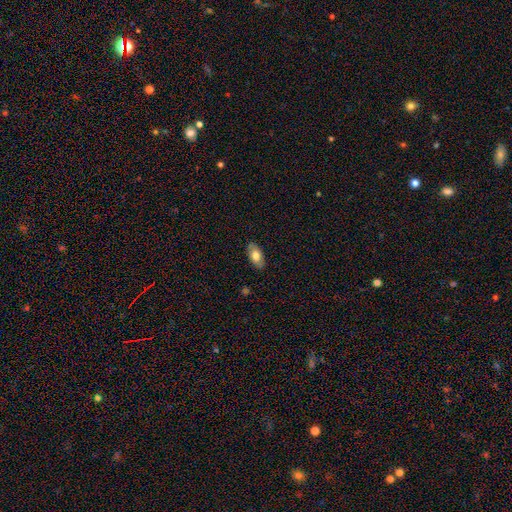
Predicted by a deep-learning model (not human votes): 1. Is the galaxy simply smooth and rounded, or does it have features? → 70% smooth, 24% featured or disk, 6% star or artifact.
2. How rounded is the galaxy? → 92% in between, 4% cigar-shaped, 4% round.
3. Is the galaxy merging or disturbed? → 84% none, 13% minor disturbance, 3% major disturbance, 1% merger.